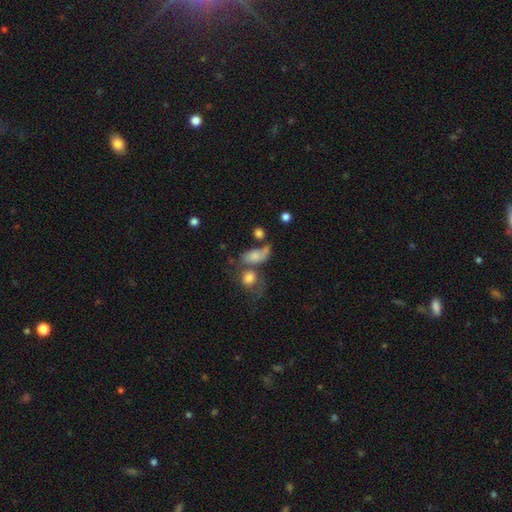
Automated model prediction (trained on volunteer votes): The model was most divided on "merging": merger: 39%, none: 25%, major disturbance: 19%, minor disturbance: 16%. More confident: how rounded — in between (77%); smooth or featured — smooth (69%).